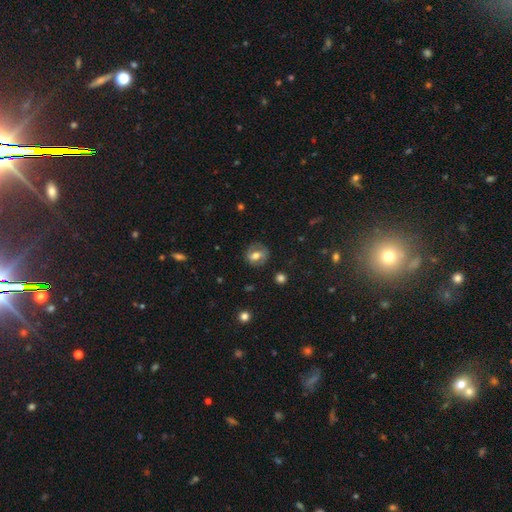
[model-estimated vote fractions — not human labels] Smooth or featured? smooth (50%)
Merging? none (77%)